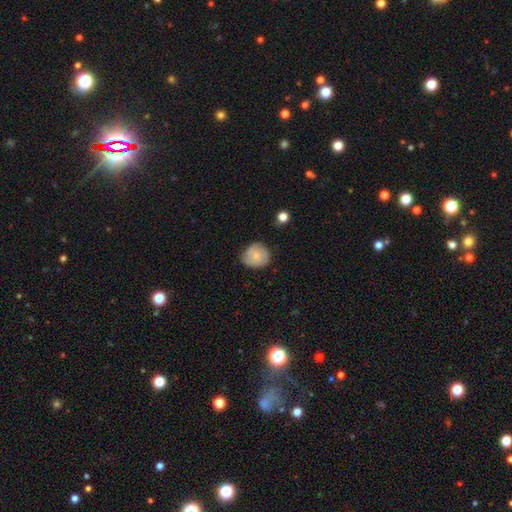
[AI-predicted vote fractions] smooth_or_featured: smooth (p=0.68) [alt: featured or disk p=0.24]
how_rounded: round (p=0.77) [alt: in between p=0.22]
merging: none (p=0.63) [alt: minor disturbance p=0.29]